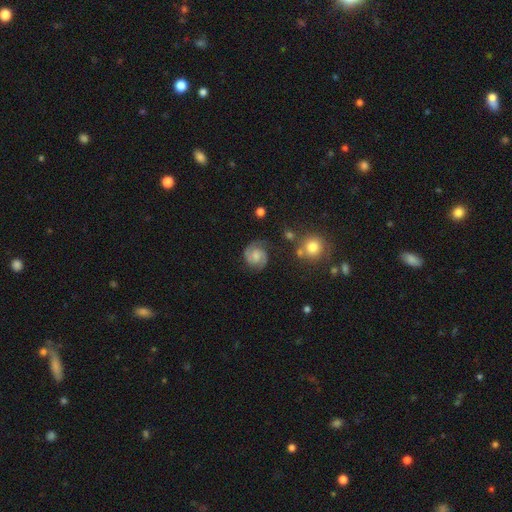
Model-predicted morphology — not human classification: A featured or disk galaxy (79%) with no bar (54%), 2 (89%) medium (45%) spiral arms (97%) and a moderate central bulge (36%, tied with small).

Vote fractions:
- Smooth or featured? featured or disk: 79% / smooth: 14% / star or artifact: 6%
- Edge-on disk? no: 98% / yes: 2%
- Bar? no: 54% / weak: 39% / strong: 6%
- Spiral arms? yes: 97% / no: 3%
- Spiral winding? medium: 45% / tight: 44% / loose: 10%
- Spiral arm count? 2: 89% / can't tell: 4% / 3: 2% / 1: 2% / 4: 1% / more than 4: 1%
- Bulge size? moderate: 36% (tied) / small: 36% (tied) / none: 21% / large: 5% / dominant: 2%
- Merging? none: 79% / minor disturbance: 14% / major disturbance: 5% / merger: 2%